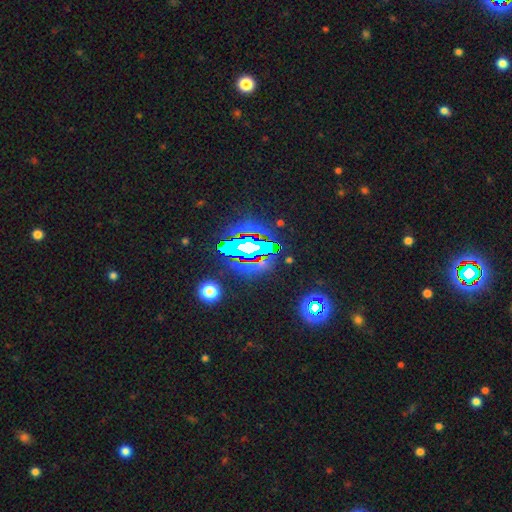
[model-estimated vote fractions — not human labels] This is clearly a star or artifact rather than a galaxy (80%).